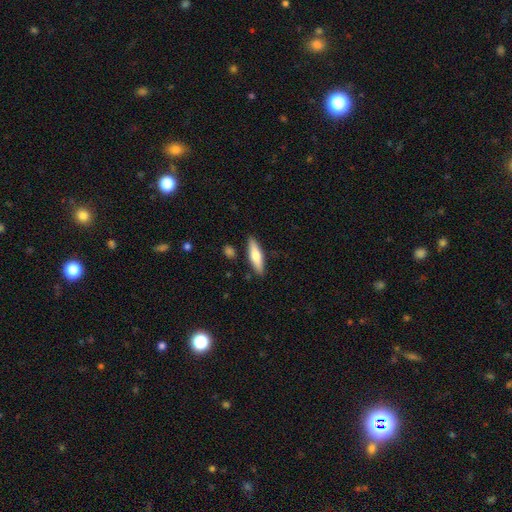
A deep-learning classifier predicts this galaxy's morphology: type=smooth (60%); roundness=cigar-shaped (67%); merging=none (86%).